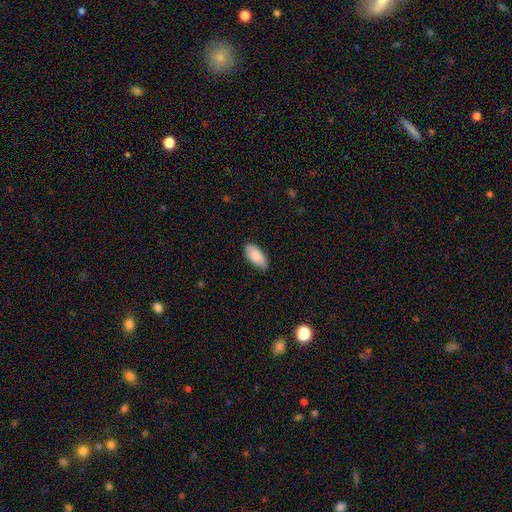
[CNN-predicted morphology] smooth_or_featured: smooth (p=0.86) [alt: featured or disk p=0.09]
how_rounded: in between (p=0.93) [alt: cigar-shaped p=0.05]
merging: none (p=0.80) [alt: minor disturbance p=0.16]